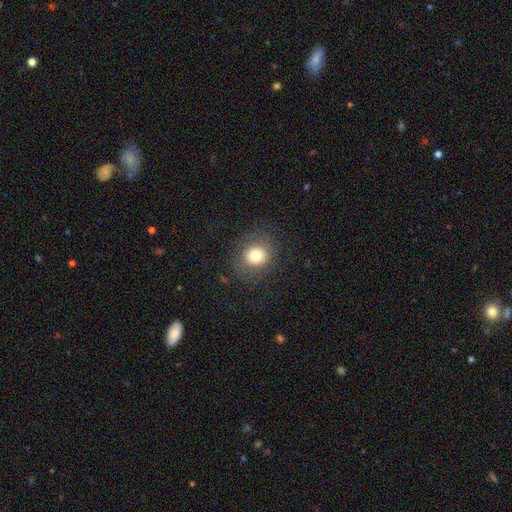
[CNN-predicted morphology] Q: Smooth or featured?
A: smooth (76%); runner-up: star or artifact (12%)
Q: How rounded?
A: round (83%); runner-up: in between (16%)
Q: Merging?
A: none (81%); runner-up: minor disturbance (11%)